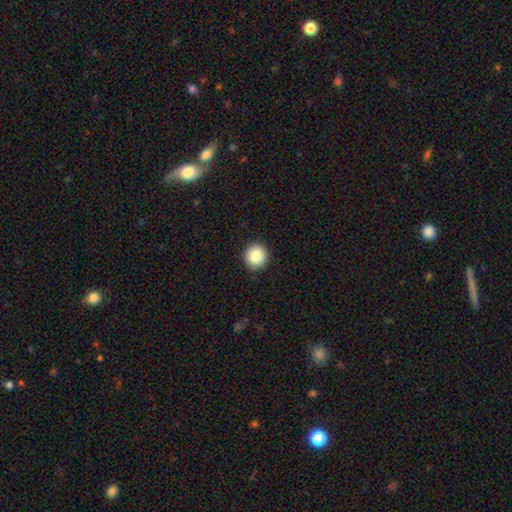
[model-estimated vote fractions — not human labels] Smooth or featured?
  - smooth: 84% *
  - star or artifact: 9%
  - featured or disk: 7%
How rounded?
  - round: 91% *
  - in between: 8%
  - cigar-shaped: 1%
Merging?
  - none: 92% *
  - minor disturbance: 6%
  - major disturbance: 2%
  - merger: 1%